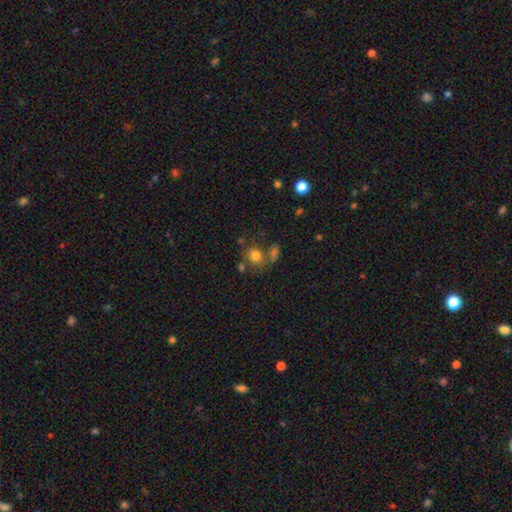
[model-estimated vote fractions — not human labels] Smooth or featured?
  - smooth: 75% *
  - star or artifact: 13%
  - featured or disk: 13%
How rounded?
  - round: 71% *
  - in between: 28%
  - cigar-shaped: 1%
Merging?
  - none: 55% *
  - merger: 22%
  - minor disturbance: 15%
  - major disturbance: 8%